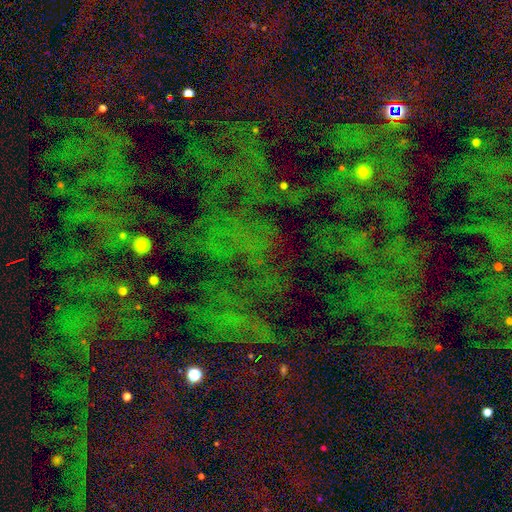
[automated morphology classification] smooth_or_featured: star or artifact (p=0.76) [alt: smooth p=0.15]